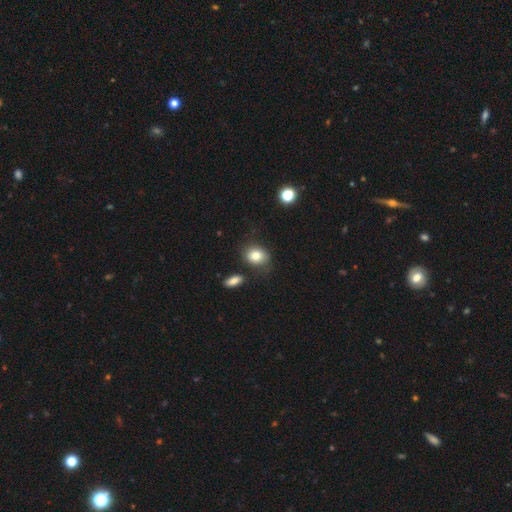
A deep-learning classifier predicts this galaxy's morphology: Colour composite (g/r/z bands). It shows a smooth galaxy with no disk features (80%) that is in between round and cigar-shaped (58%). Merging: none (71%).